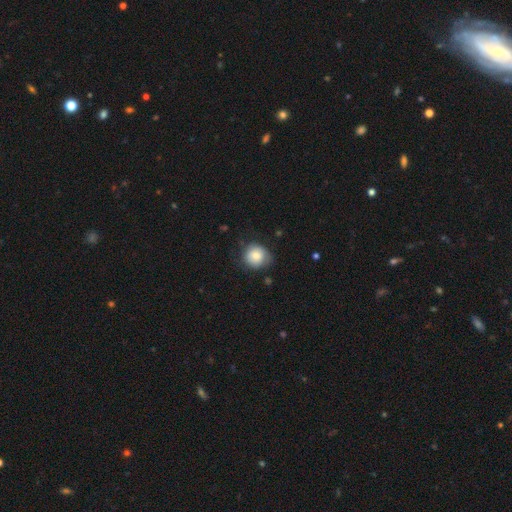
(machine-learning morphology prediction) smooth_or_featured: smooth (p=0.80) [alt: featured or disk p=0.12]
how_rounded: round (p=0.85) [alt: in between p=0.14]
merging: none (p=0.67) [alt: minor disturbance p=0.25]